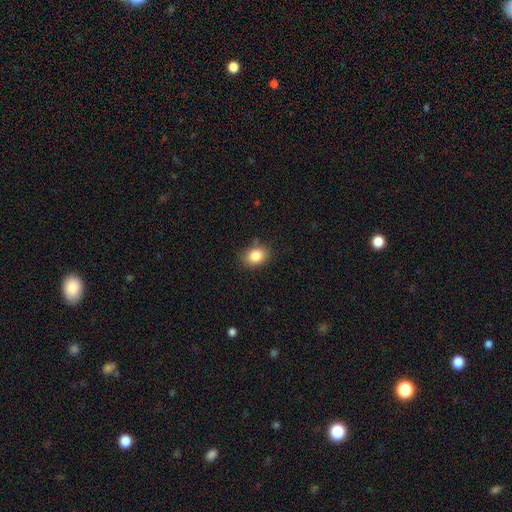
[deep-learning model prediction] Smooth or featured? smooth (85%)
How rounded? in between (67%)
Merging? none (80%)